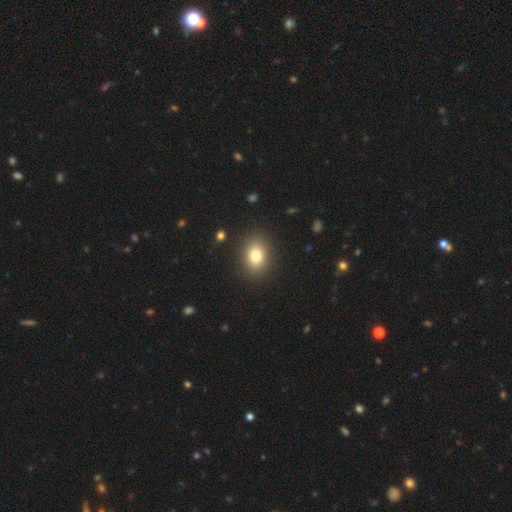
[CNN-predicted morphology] This is likely a smooth galaxy (78%). How rounded: possibly in between (54%). Merging: clearly none (88%).